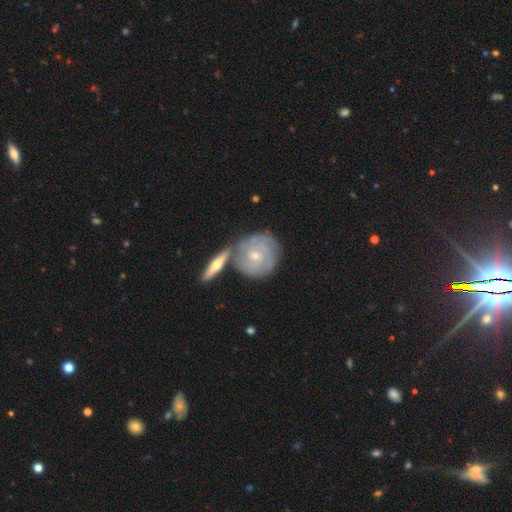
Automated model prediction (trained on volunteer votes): Smooth or featured?
  - featured or disk: 74% *
  - smooth: 21%
  - star or artifact: 6%
Edge-on disk?
  - no: 93% *
  - yes: 7%
Bar?
  - no: 76% *
  - weak: 20%
  - strong: 4%
Spiral arms?
  - yes: 85% *
  - no: 15%
Spiral winding?
  - tight: 75% *
  - medium: 19%
  - loose: 6%
Spiral arm count?
  - can't tell: 43% *
  - 3: 19%
  - 4: 14%
  - 2: 12%
  - more than 4: 6%
  - 1: 5%
Bulge size?
  - small: 67% *
  - moderate: 30%
  - none: 1%
  - large: 1%
  - dominant: 1%
Merging?
  - none: 64% *
  - merger: 17%
  - minor disturbance: 15%
  - major disturbance: 5%